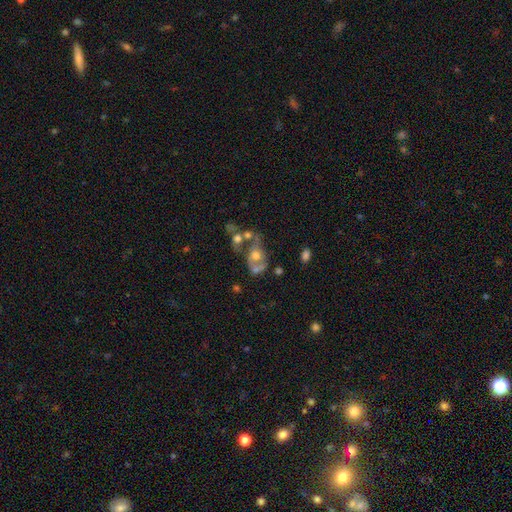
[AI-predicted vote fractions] Smooth or featured: featured or disk — 49% (smooth — 38%)
Merging: merger — 46% (none — 23%)